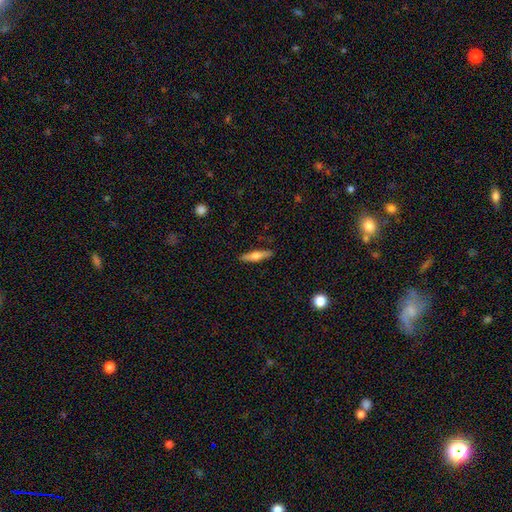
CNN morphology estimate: featured or disk 49%, smooth 45%, star or artifact 6%. Down the decision tree: merging — none (89%).